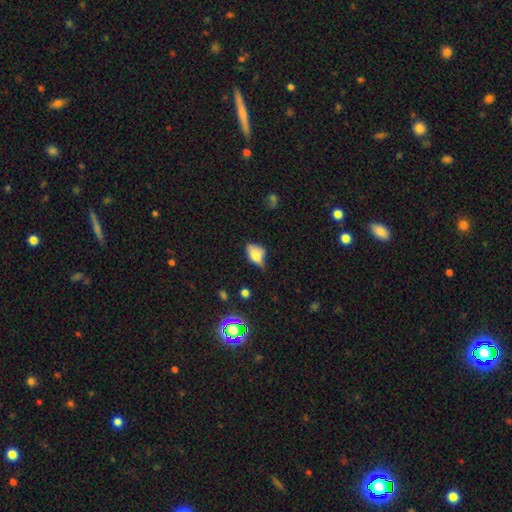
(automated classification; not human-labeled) Smooth or featured? smooth (55%)
How rounded? in between (80%)
Merging? none (45%)